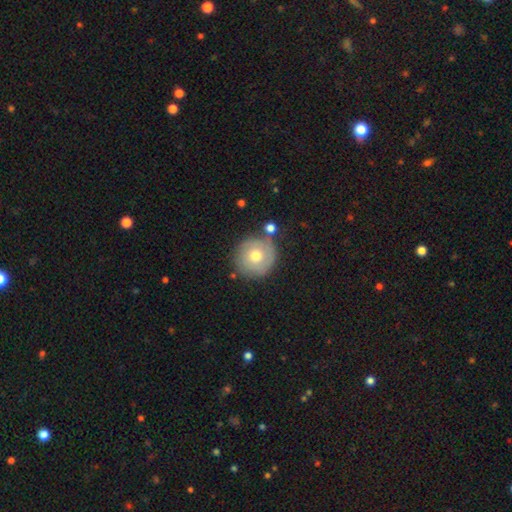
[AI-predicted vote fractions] A smooth galaxy with no disk features (57%) that is round (93%). Merging: none (75%).